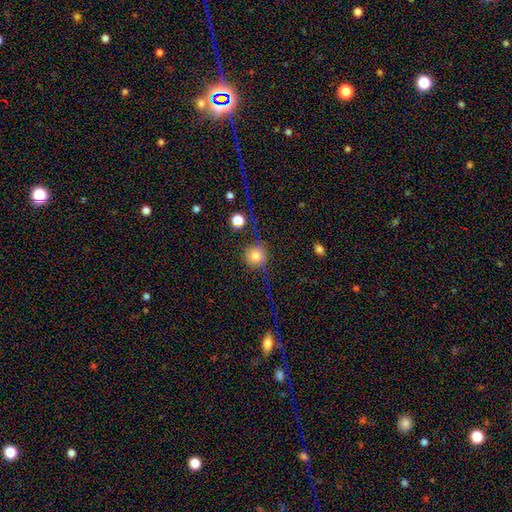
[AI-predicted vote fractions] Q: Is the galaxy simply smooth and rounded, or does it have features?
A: smooth — 74%.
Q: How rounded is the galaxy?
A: round — 92%.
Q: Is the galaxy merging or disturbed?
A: none — 72%.